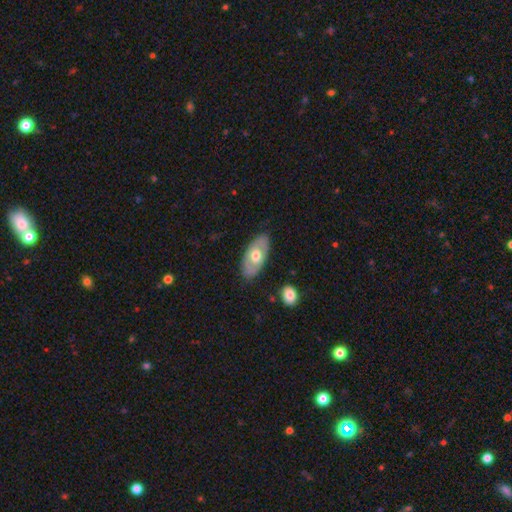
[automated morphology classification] This is possibly a smooth galaxy (50%). Merging: clearly none (80%).